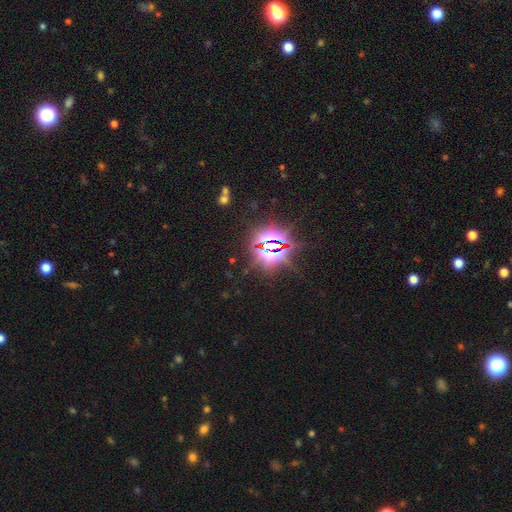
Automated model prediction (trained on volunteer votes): Morphology: type=star or artifact (84%).